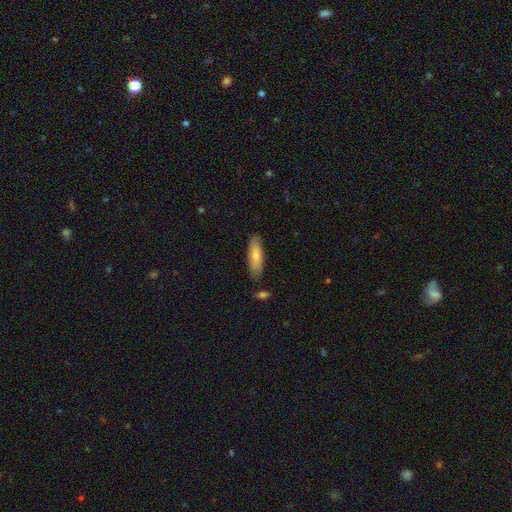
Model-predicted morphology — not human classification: smooth 71%, featured or disk 23%, star or artifact 6%. Down the decision tree: how rounded — in between (50%); merging — none (81%).